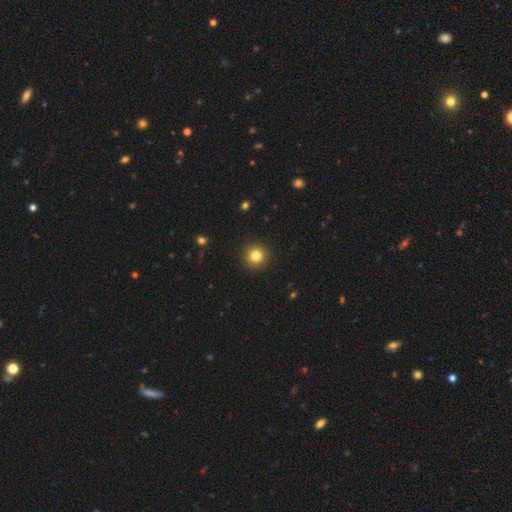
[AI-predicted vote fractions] Smooth or featured: smooth — 82% (star or artifact — 11%)
How rounded: round — 95% (in between — 4%)
Merging: none — 92% (minor disturbance — 5%)